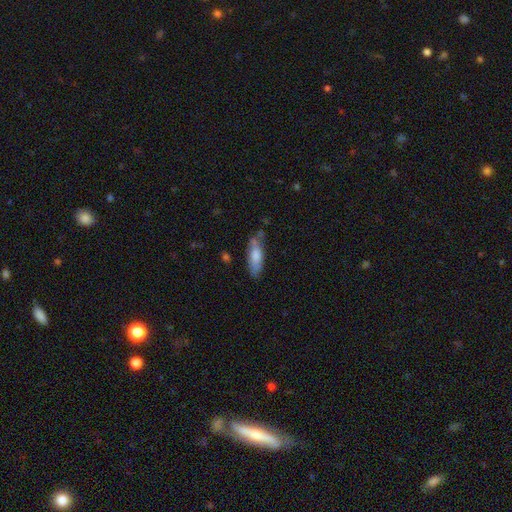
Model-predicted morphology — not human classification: This appears to be a smooth galaxy with no disk features (73%) that is in between round and cigar-shaped (54%). Merging: none (64%).